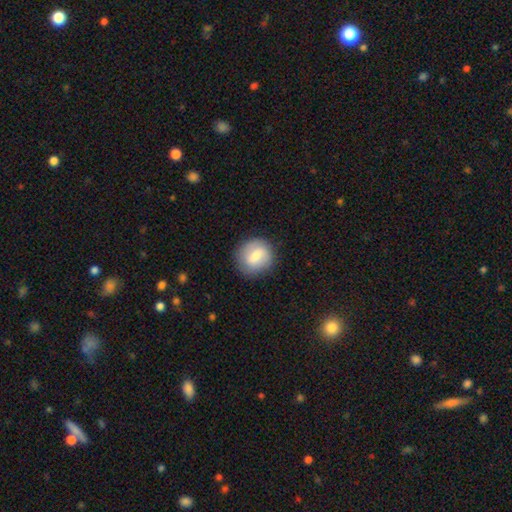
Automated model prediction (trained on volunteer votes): Morphology: type=smooth (69%); roundness=round (84%); merging=none (83%).